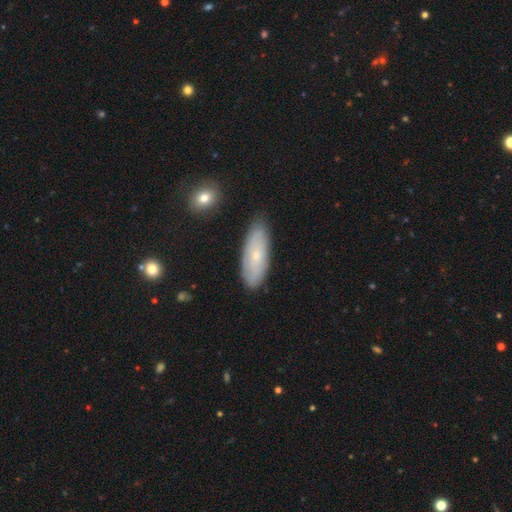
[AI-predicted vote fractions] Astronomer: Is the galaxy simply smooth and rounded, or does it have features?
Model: smooth — 56% (runner-up: featured or disk, 37%).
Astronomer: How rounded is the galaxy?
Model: in between — 70%.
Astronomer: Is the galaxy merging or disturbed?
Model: none — 78%.